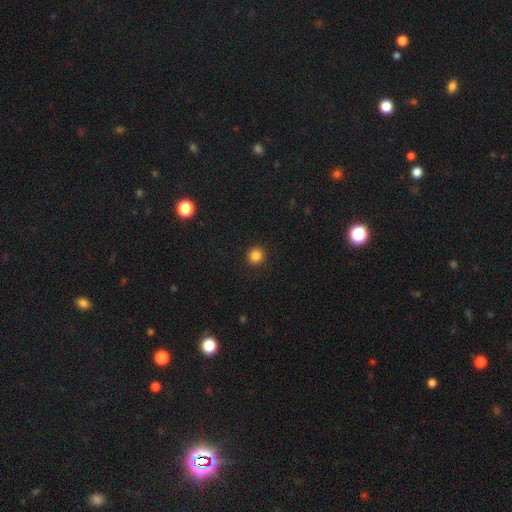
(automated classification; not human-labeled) Smooth or featured? Predicted: smooth (p=0.85). How rounded? Predicted: round (p=0.94). Merging? Predicted: none (p=0.92).